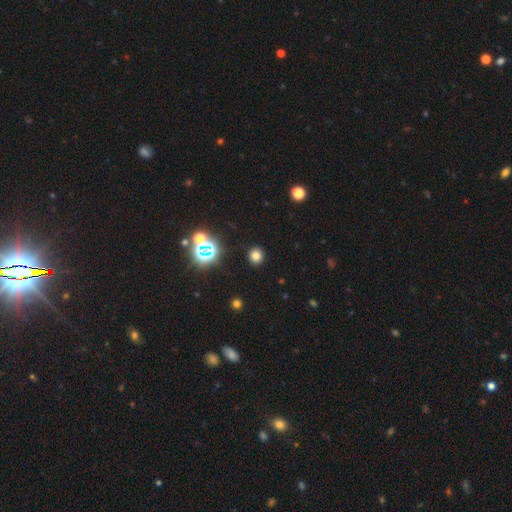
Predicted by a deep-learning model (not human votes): Q: Smooth or featured?
A: smooth (73%); runner-up: star or artifact (22%)
Q: How rounded?
A: round (88%); runner-up: in between (11%)
Q: Merging?
A: none (90%); runner-up: minor disturbance (6%)